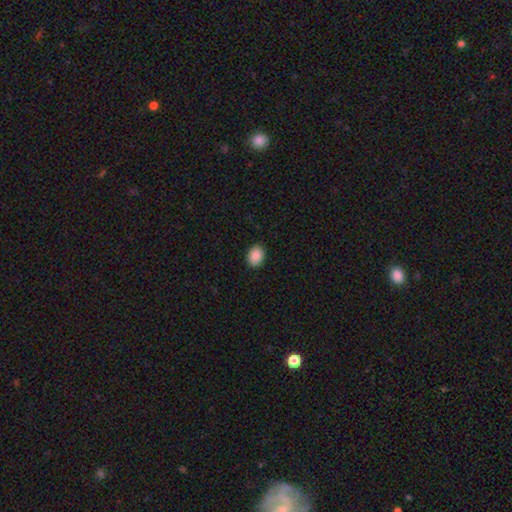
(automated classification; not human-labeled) Smooth or featured? Predicted: smooth (p=0.89). How rounded? Predicted: in between (p=0.64). Merging? Predicted: none (p=0.90).